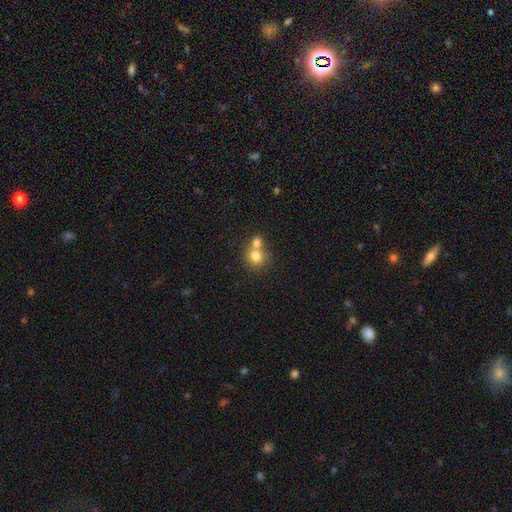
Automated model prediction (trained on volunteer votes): Smooth or featured? Predicted: smooth (p=0.78). How rounded? Predicted: round (p=0.83). Merging? Predicted: merger (p=0.54).